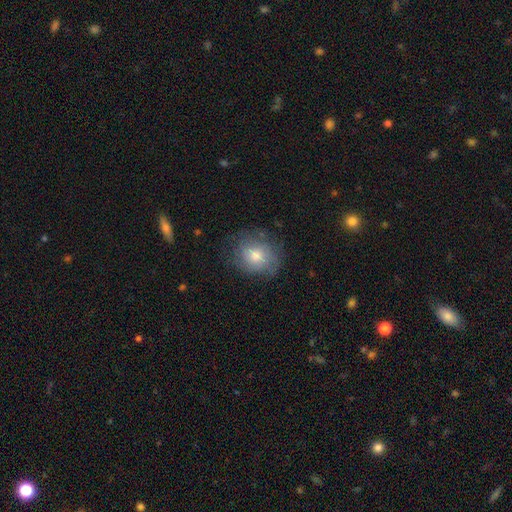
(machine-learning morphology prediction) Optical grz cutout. It shows a smooth galaxy with no disk features (60%) that is round (70%). Merging: none (70%).